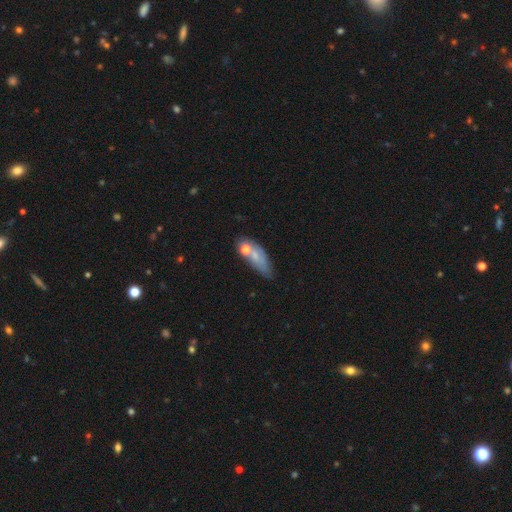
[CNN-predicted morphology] The model was most divided on "merging": none: 44%, minor disturbance: 24%, merger: 19%, major disturbance: 13%. More confident: how rounded — in between (71%); smooth or featured — smooth (59%).